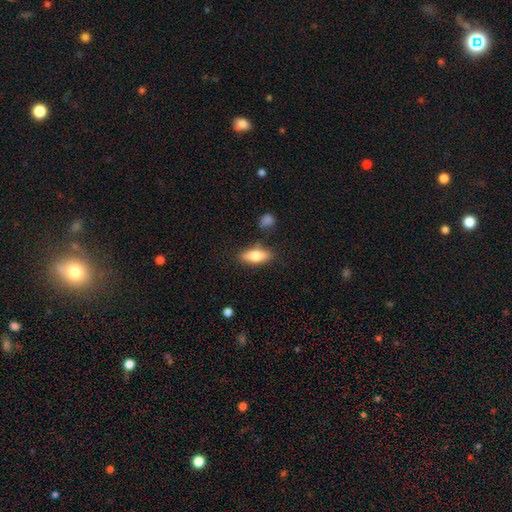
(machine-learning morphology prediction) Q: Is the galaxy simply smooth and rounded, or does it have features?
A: smooth — 72%.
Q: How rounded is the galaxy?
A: in between — 69%.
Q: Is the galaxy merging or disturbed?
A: none — 81%.